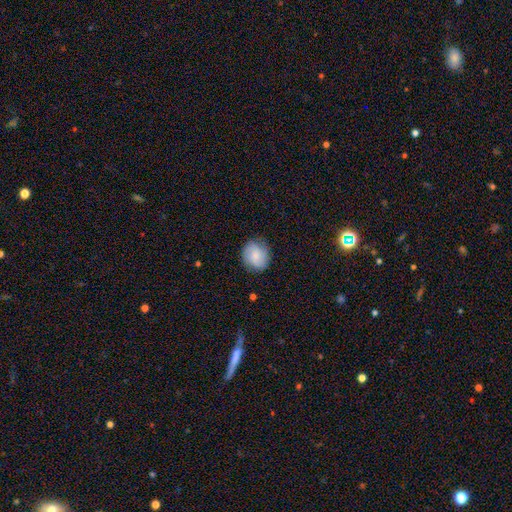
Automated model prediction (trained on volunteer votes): smooth 65%, featured or disk 27%, star or artifact 8%. Down the decision tree: how rounded — round (66%); merging — none (81%).